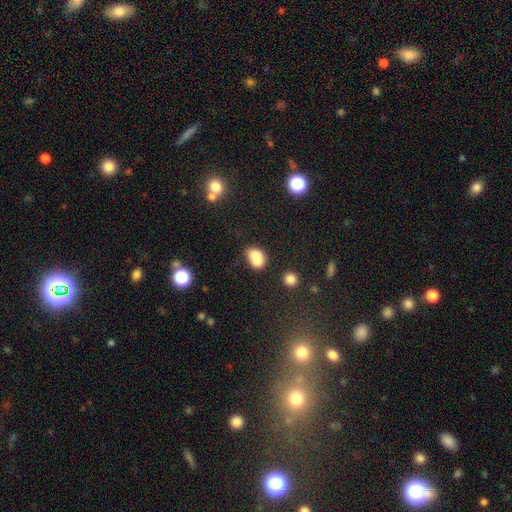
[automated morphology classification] This appears to be a smooth galaxy with no disk features (74%) that is in between round and cigar-shaped (62%). Merging: merger (55%).